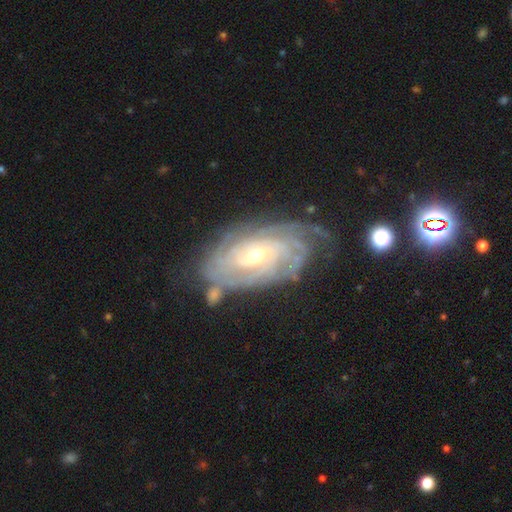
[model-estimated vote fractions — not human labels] The model was most divided on "bulge size": small: 54%, moderate: 43%, large: 2%, none: 1%, dominant: 1%. Remaining: spiral arms — yes (97%); edge-on disk — no (95%); smooth or featured — featured or disk (88%); spiral winding — tight (78%); merging — none (66%); bar — no (53%); spiral arm count — can't tell (37%).